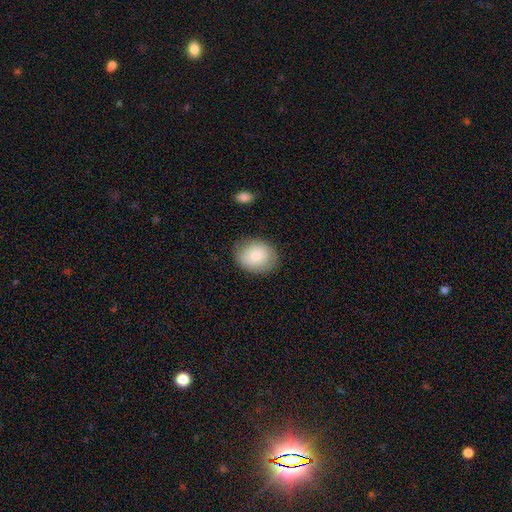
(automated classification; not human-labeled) smooth-or-featured: smooth: 82% | featured or disk: 12% | star or artifact: 7%
  how-rounded: in between: 51% | round: 48% | cigar-shaped: 1%
  merging: none: 81% | minor disturbance: 14% | major disturbance: 4% | merger: 1%